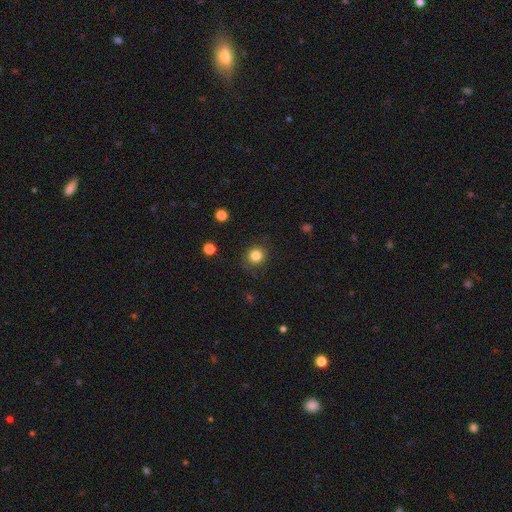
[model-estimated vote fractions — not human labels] A smooth galaxy with no disk features (83%) that is round (91%).

Vote fractions:
- Smooth or featured? smooth: 83% / star or artifact: 11% / featured or disk: 5%
- How rounded? round: 91% / in between: 8% / cigar-shaped: 1%
- Merging? none: 86% / minor disturbance: 9% / major disturbance: 3% / merger: 1%